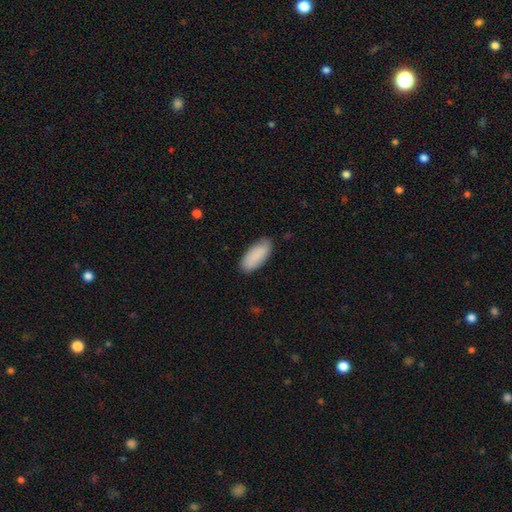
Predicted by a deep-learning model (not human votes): A smooth galaxy with no disk features (89%) that is in between round and cigar-shaped (85%). Merging: none (84%).